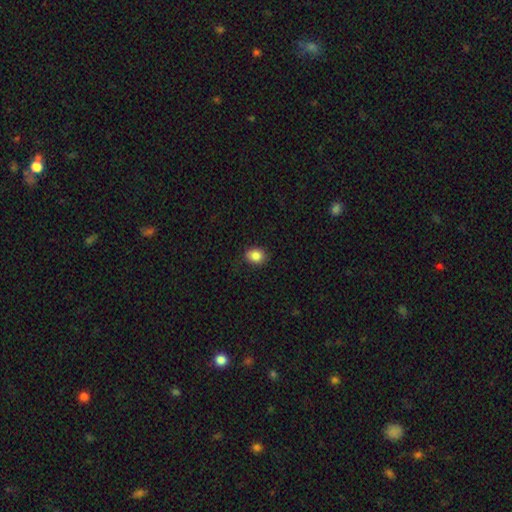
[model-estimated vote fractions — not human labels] Q: Smooth or featured?
A: smooth (86%); runner-up: star or artifact (9%)
Q: How rounded?
A: in between (54%); runner-up: round (45%)
Q: Merging?
A: none (85%); runner-up: minor disturbance (11%)